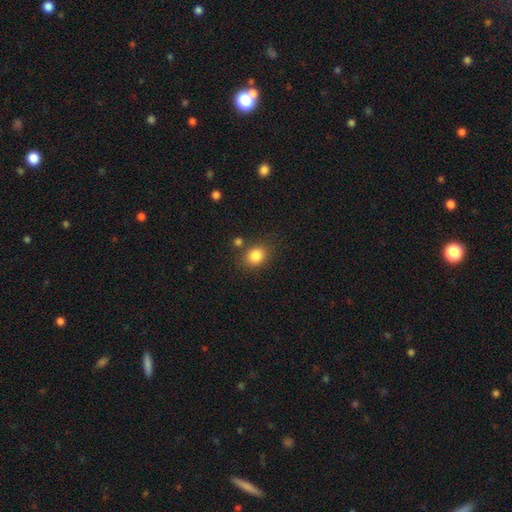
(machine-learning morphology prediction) Smooth or featured: smooth — 84% (star or artifact — 10%)
How rounded: round — 56% (in between — 43%)
Merging: none — 76% (minor disturbance — 12%)